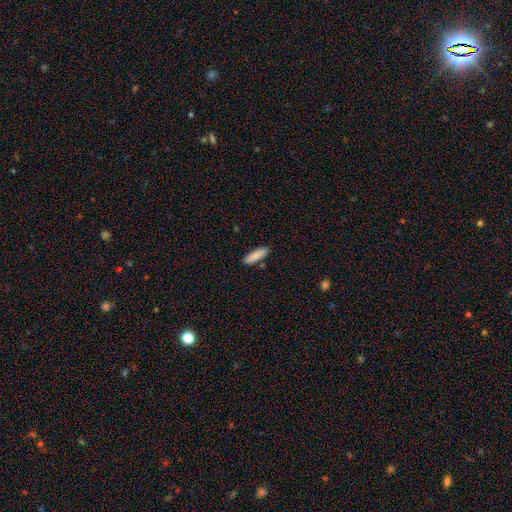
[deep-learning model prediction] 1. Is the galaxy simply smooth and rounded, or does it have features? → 87% smooth, 7% featured or disk, 6% star or artifact.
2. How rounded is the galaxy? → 50% in between, 49% cigar-shaped, 2% round.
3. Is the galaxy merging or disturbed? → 86% none, 9% minor disturbance, 3% merger, 2% major disturbance.